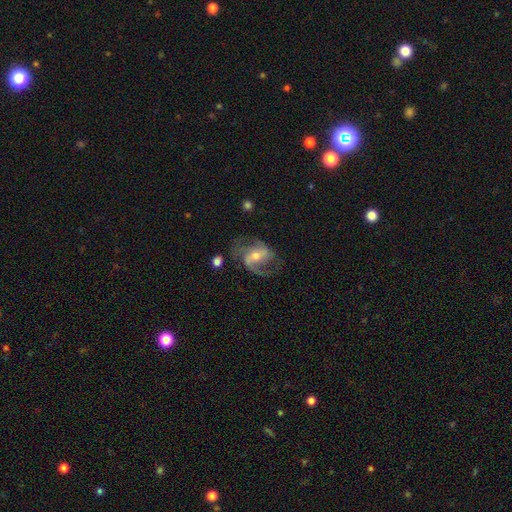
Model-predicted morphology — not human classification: This appears to be a featured or disk galaxy (84%) with a weak bar (45%), 2 (62%) medium (50%) spiral arms (94%) and a moderate central bulge (59%). Merging: none (60%).